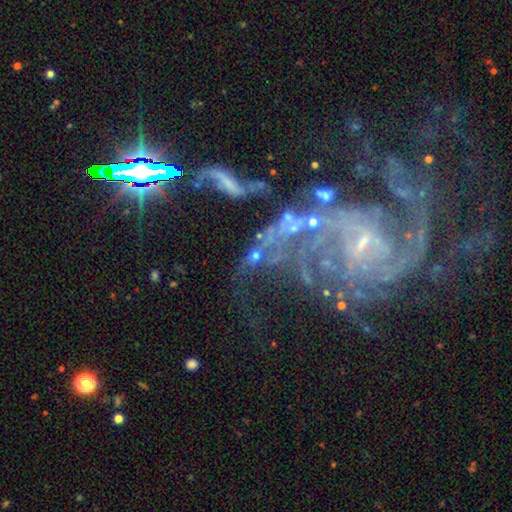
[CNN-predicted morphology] Overall: featured or disk (48%; star or artifact 30%). Merging: none (37%; major disturbance 26%).